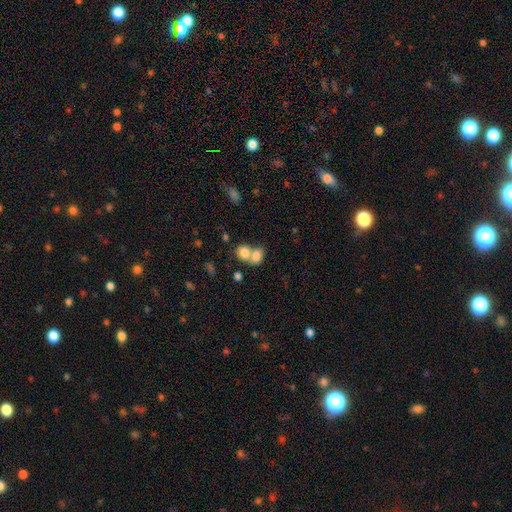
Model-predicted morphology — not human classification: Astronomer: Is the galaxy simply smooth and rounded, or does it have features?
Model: smooth — 78%.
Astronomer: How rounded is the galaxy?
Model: in between — 62% (runner-up: round, 37%).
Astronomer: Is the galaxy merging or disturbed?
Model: merger — 68%.